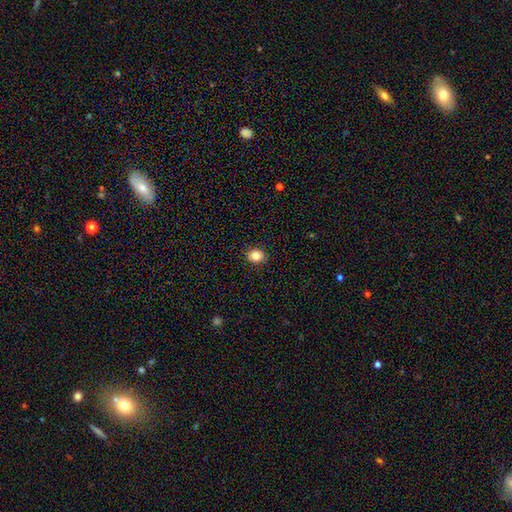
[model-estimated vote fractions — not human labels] This appears to be a smooth galaxy with no disk features (83%) that is round (57%). Merging: none (90%).